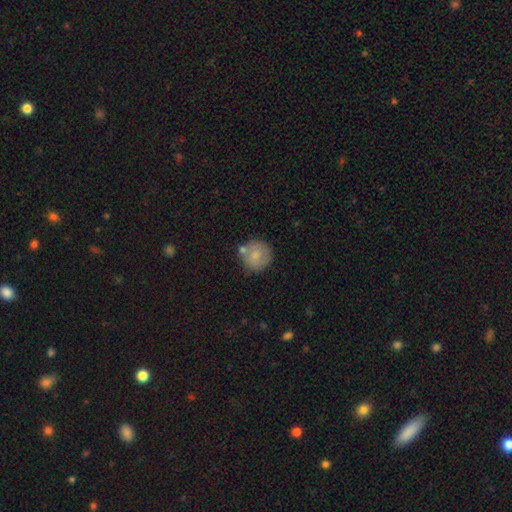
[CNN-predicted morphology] smooth-or-featured: smooth: 73% | featured or disk: 19% | star or artifact: 7%
  how-rounded: round: 92% | in between: 7% | cigar-shaped: 1%
  merging: none: 66% | minor disturbance: 15% | merger: 14% | major disturbance: 4%